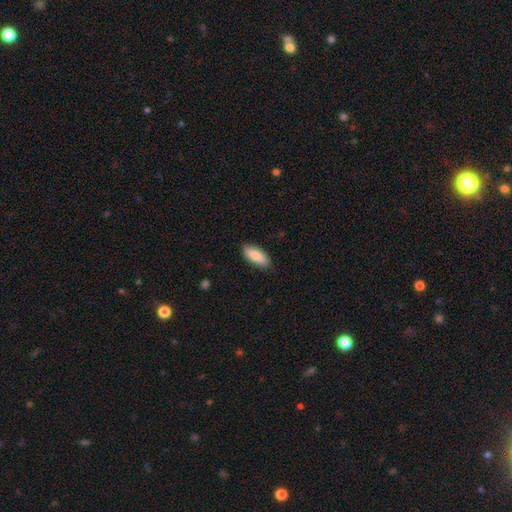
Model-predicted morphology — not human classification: type=smooth (85%); roundness=in between (78%); merging=none (87%).